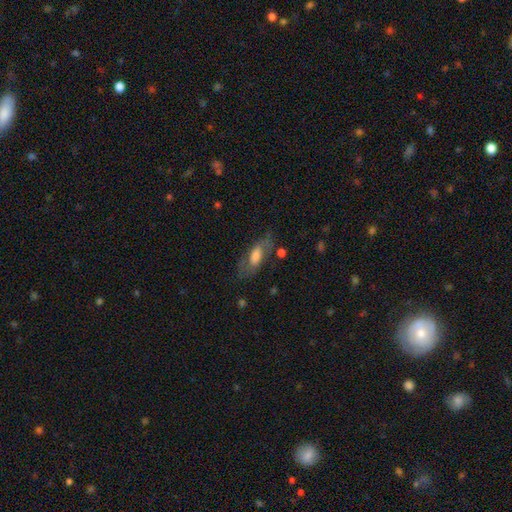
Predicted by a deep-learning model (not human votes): smooth 52%, featured or disk 40%, star or artifact 8%. Down the decision tree: how rounded — in between (75%); merging — none (60%).